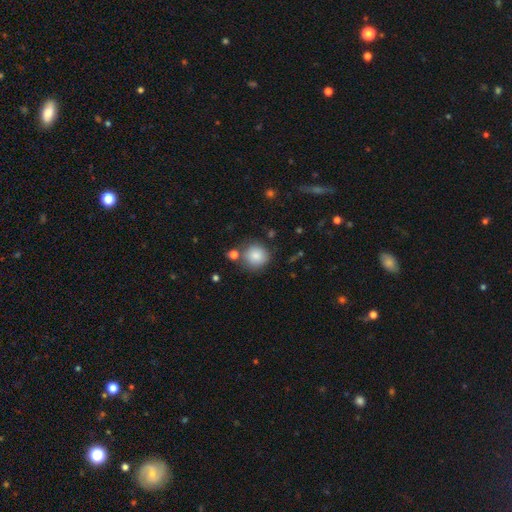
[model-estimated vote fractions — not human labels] Smooth or featured: smooth — 85% (star or artifact — 9%)
How rounded: round — 91% (in between — 8%)
Merging: none — 76% (minor disturbance — 12%)